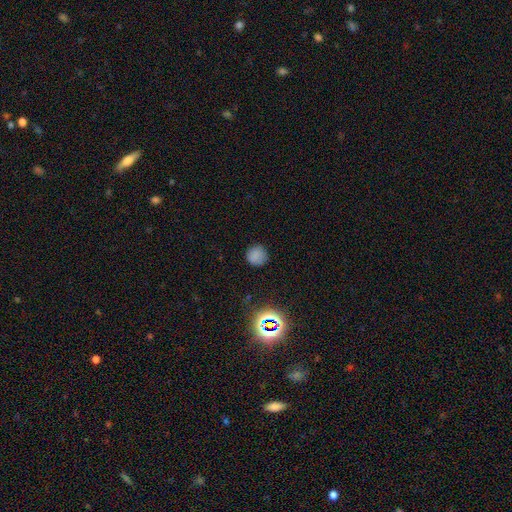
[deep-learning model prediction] A smooth galaxy with no disk features (76%) that is round (91%). Merging: none (85%).